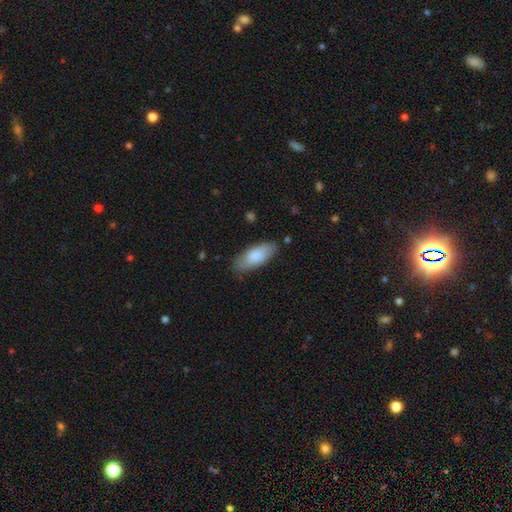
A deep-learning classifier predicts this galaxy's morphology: This is clearly a smooth galaxy (81%). How rounded: clearly in between (82%). Merging: clearly none (81%).